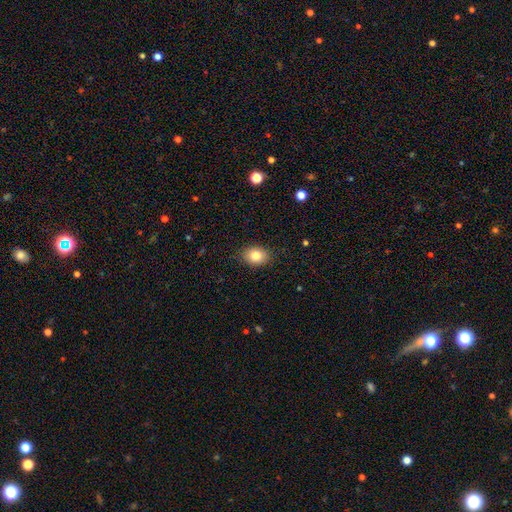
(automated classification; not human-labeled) This appears to be a smooth galaxy with no disk features (82%) that is in between round and cigar-shaped (63%). Merging: none (87%).